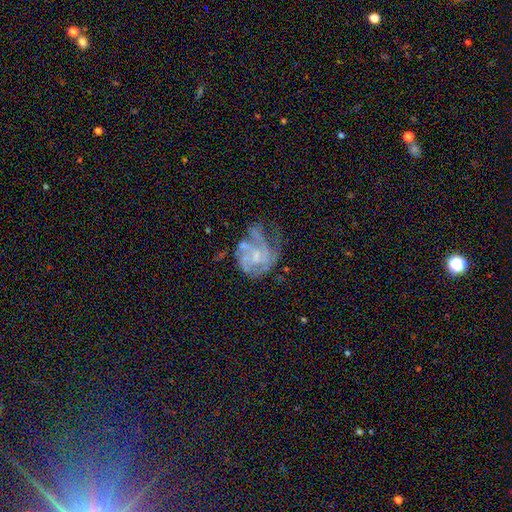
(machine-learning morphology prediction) Overall: featured or disk (74%). Edge-on disk: no (98%). Bar: no (68%). Spiral arms: yes (74%). Spiral arm count: can't tell (40%; 3 21%). Spiral winding: tight (41%; medium 39%). Bulge size: small (39%; none 30%). Merging: none (35%, tied with major disturbance).